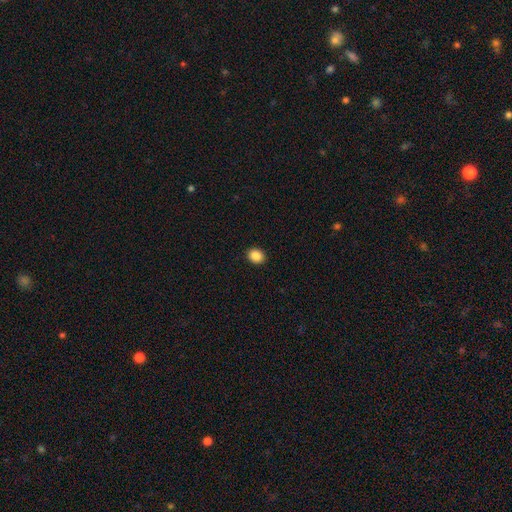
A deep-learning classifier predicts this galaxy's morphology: This is clearly a smooth galaxy (87%). How rounded: likely round (62%). Merging: clearly none (92%).